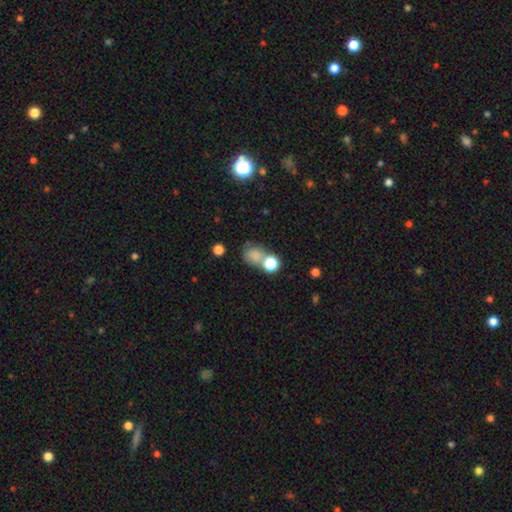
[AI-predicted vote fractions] smooth_or_featured: smooth (p=0.75) [alt: star or artifact p=0.15]
how_rounded: round (p=0.54) [alt: in between p=0.45]
merging: none (p=0.44) [alt: merger p=0.31]